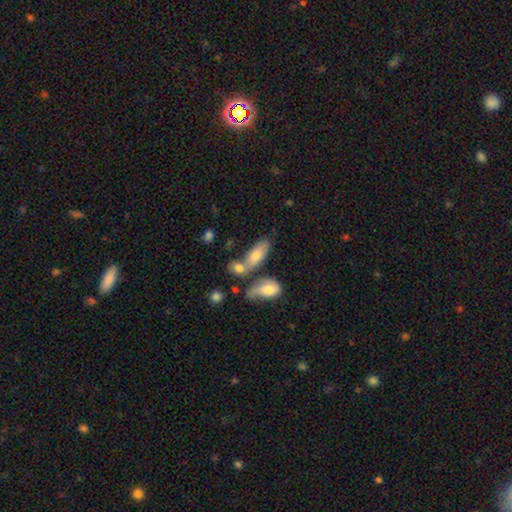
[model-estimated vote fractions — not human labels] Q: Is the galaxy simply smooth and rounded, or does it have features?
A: smooth — 70%.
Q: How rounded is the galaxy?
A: in between — 77%.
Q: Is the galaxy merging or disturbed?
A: merger — 44%.